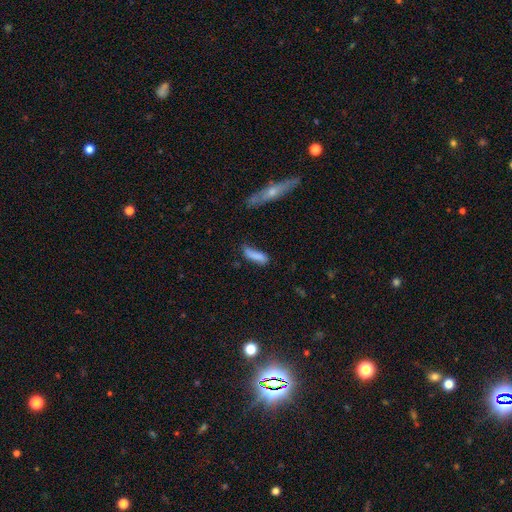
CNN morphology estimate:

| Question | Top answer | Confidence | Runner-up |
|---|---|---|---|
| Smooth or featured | smooth | 78% | featured or disk (14%) |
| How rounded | cigar-shaped | 53% | in between (45%) |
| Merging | none | 48% | minor disturbance (31%) |